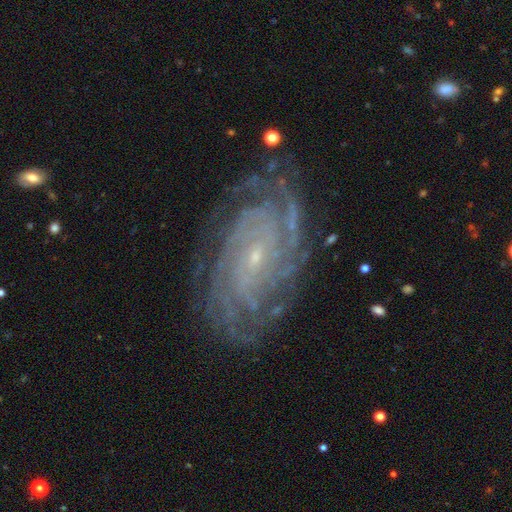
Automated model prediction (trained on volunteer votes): Smooth or featured: featured or disk — 89% (star or artifact — 6%)
Edge-on disk: no — 96% (yes — 4%)
Bar: no — 64% (weak — 26%)
Spiral arms: yes — 98% (no — 2%)
Spiral winding: tight — 80% (medium — 17%)
Spiral arm count: can't tell — 24% (4 — 21%)
Bulge size: small — 86% (moderate — 10%)
Merging: none — 81% (minor disturbance — 13%)